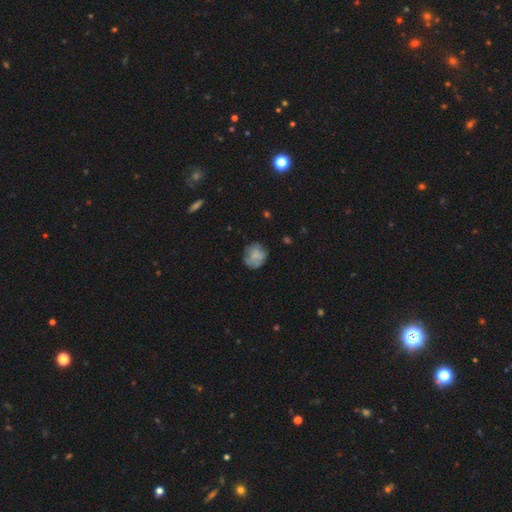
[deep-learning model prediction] Smooth or featured?
  - smooth: 65% *
  - featured or disk: 26%
  - star or artifact: 9%
How rounded?
  - round: 84% *
  - in between: 15%
  - cigar-shaped: 1%
Merging?
  - none: 68% *
  - minor disturbance: 21%
  - major disturbance: 8%
  - merger: 3%